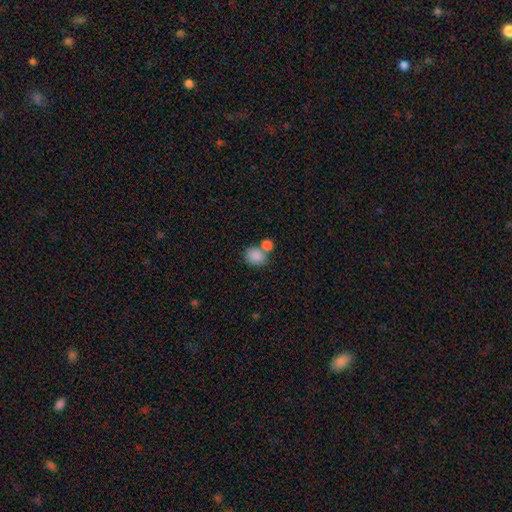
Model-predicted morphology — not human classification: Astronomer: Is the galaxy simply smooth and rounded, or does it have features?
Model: smooth — 85%.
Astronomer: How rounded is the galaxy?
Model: round — 57% (runner-up: in between, 42%).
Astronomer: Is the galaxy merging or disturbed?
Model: none — 48% (runner-up: merger, 36%).